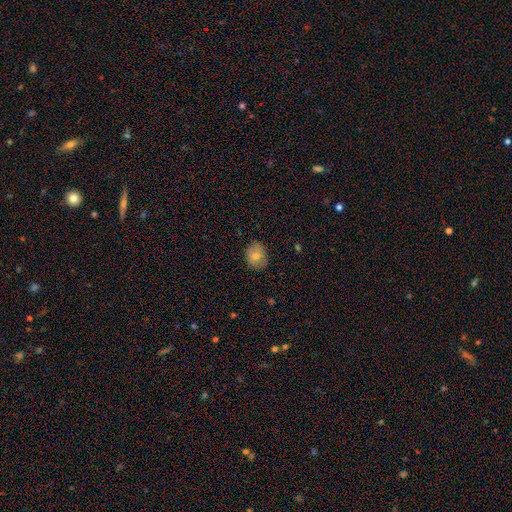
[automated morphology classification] This is likely a smooth galaxy (75%). How rounded: possibly round (59%). Merging: clearly none (82%).